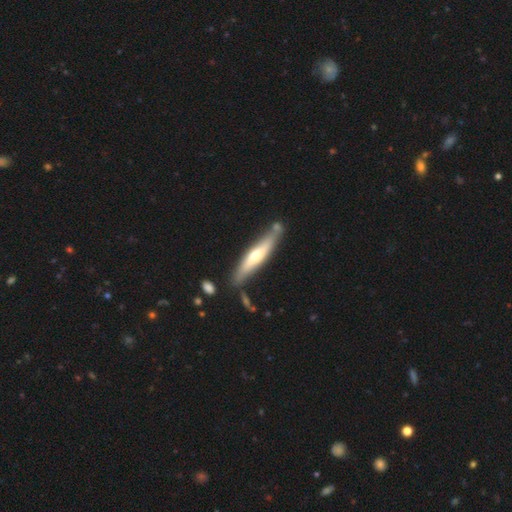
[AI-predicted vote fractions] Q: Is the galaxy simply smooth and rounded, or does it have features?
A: featured or disk — 54%.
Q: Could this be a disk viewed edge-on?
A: yes — 81%.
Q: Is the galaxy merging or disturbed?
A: none — 71%.